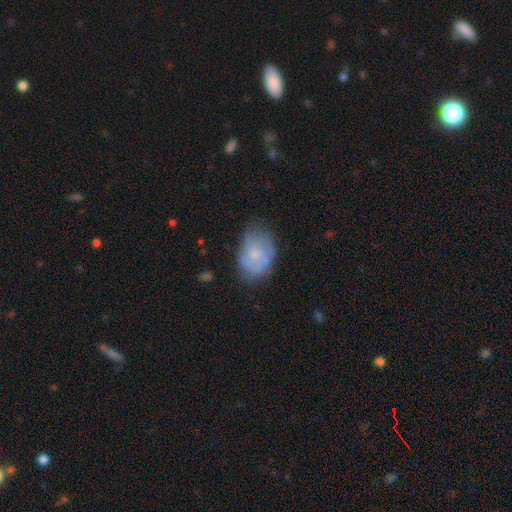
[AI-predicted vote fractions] featured or disk 48%, smooth 44%, star or artifact 8%. Down the decision tree: merging — none (54%).